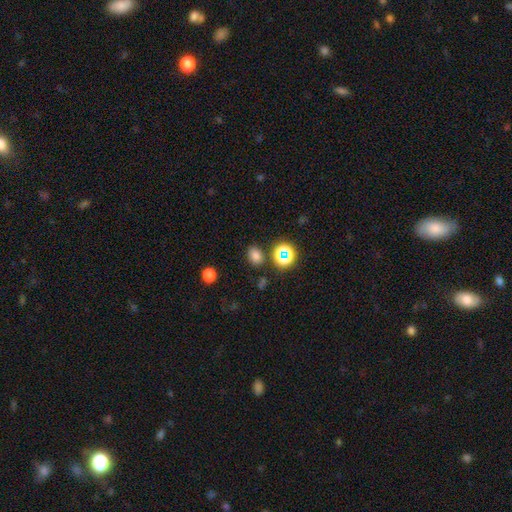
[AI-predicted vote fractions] Morphology: type=smooth (75%); roundness=in between (60%); merging=none (82%).